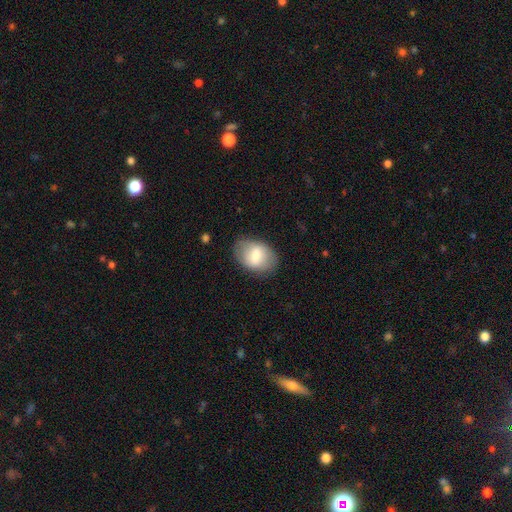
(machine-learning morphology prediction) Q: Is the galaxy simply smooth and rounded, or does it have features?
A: smooth — 67%.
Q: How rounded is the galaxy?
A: in between — 81%.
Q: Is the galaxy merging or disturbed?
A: none — 76%.